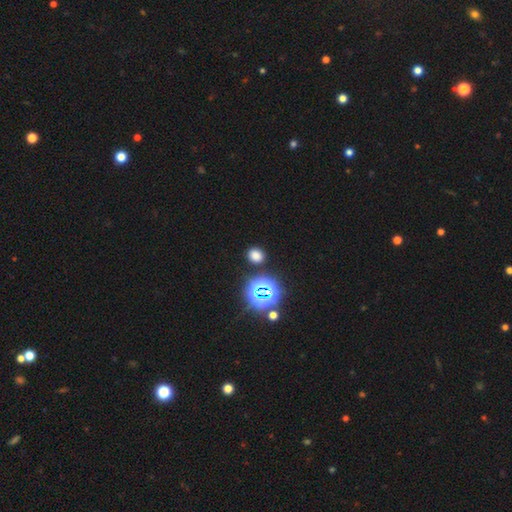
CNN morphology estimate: A smooth galaxy with no disk features (69%) that is round (63%).

Vote fractions:
- Smooth or featured? smooth: 69% / star or artifact: 25% / featured or disk: 6%
- How rounded? round: 63% / in between: 36% / cigar-shaped: 1%
- Merging? none: 87% / minor disturbance: 8% / merger: 3% / major disturbance: 3%